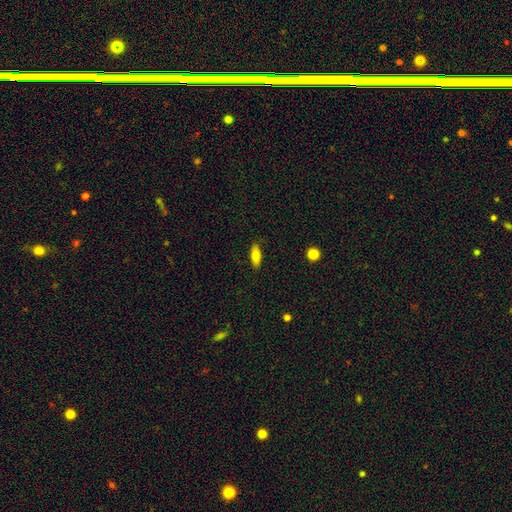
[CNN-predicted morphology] Smooth or featured: smooth — 78% (featured or disk — 14%)
How rounded: in between — 72% (cigar-shaped — 25%)
Merging: none — 87% (minor disturbance — 10%)